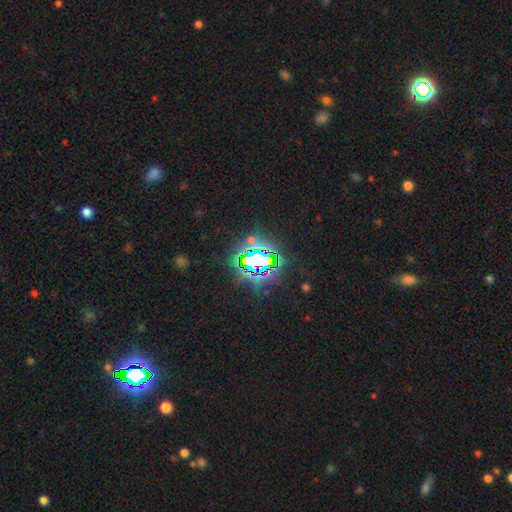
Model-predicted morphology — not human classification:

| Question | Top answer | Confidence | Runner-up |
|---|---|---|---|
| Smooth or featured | star or artifact | 76% | smooth (14%) |